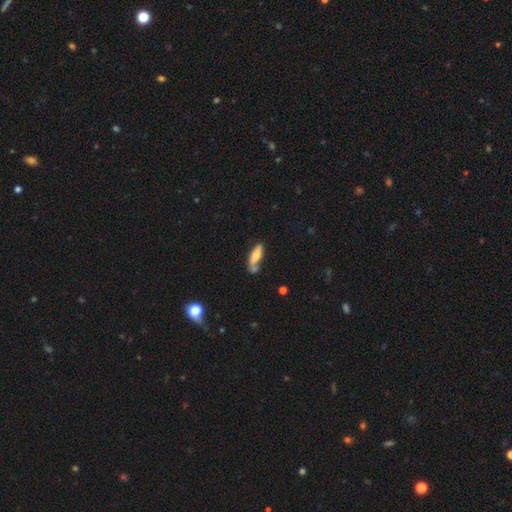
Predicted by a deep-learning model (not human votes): Smooth or featured?
  - smooth: 71% *
  - featured or disk: 22%
  - star or artifact: 7%
How rounded?
  - in between: 51% *
  - cigar-shaped: 47%
  - round: 2%
Merging?
  - none: 47% *
  - merger: 23%
  - minor disturbance: 21%
  - major disturbance: 8%